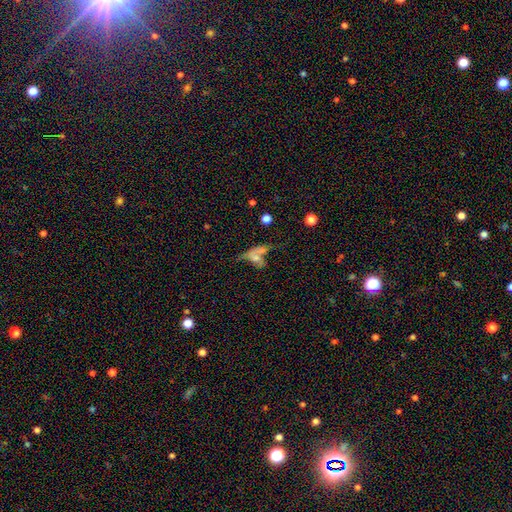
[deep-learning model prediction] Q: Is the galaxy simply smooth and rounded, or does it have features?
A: smooth — 48%.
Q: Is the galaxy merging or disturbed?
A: merger — 48%.